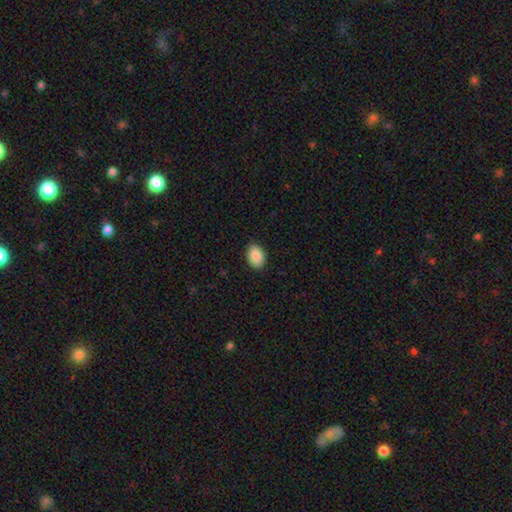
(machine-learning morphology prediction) Smooth or featured? Predicted: smooth (p=0.89). How rounded? Predicted: in between (p=0.82). Merging? Predicted: none (p=0.89).